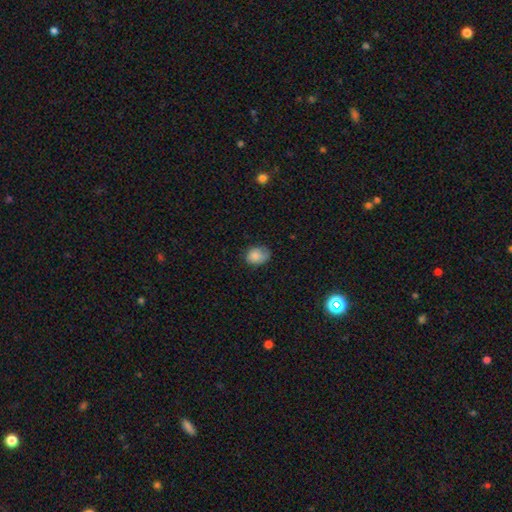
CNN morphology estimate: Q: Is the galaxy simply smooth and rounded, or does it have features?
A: smooth — 82%.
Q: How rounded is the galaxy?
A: in between — 58%.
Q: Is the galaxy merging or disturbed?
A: none — 58%.